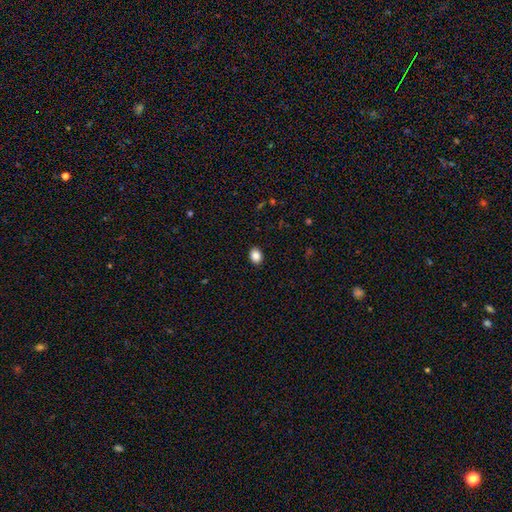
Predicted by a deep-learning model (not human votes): This appears to be a smooth galaxy with no disk features (87%) that is in between round and cigar-shaped (63%). Merging: none (91%).